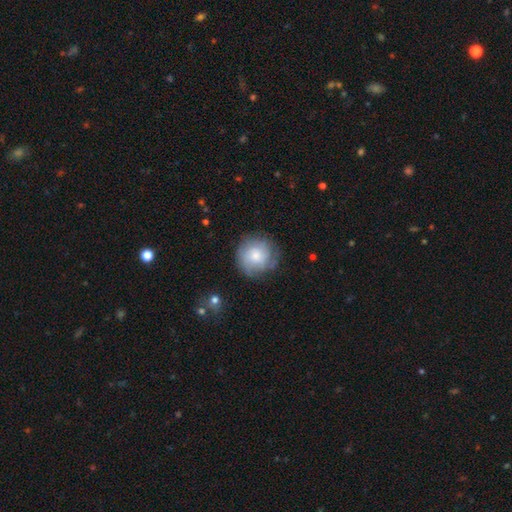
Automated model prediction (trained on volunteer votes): smooth-or-featured: smooth: 65% | featured or disk: 27% | star or artifact: 8%
  how-rounded: round: 92% | in between: 7% | cigar-shaped: 1%
  merging: none: 74% | minor disturbance: 18% | major disturbance: 6% | merger: 2%